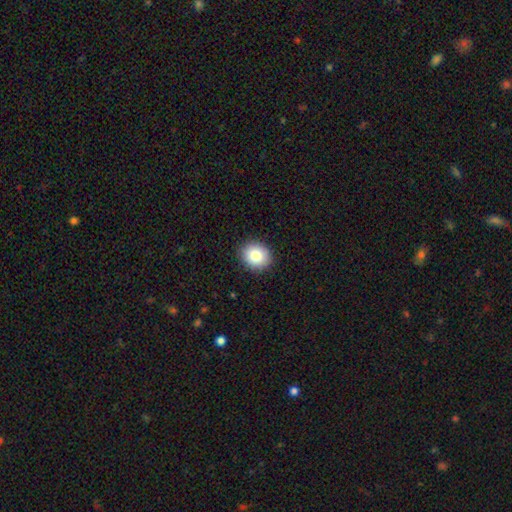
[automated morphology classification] The model was most divided on "how rounded": round: 73%, in between: 26%, cigar-shaped: 1%. More confident: merging — none (90%); smooth or featured — smooth (83%).